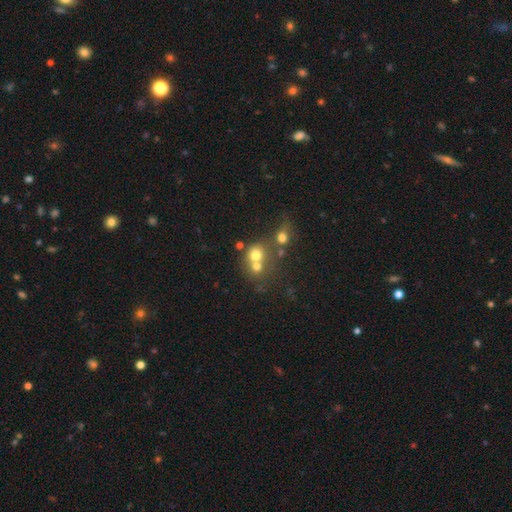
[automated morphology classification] smooth 67%, featured or disk 18%, star or artifact 15%. Down the decision tree: how rounded — round (77%); merging — merger (53%).